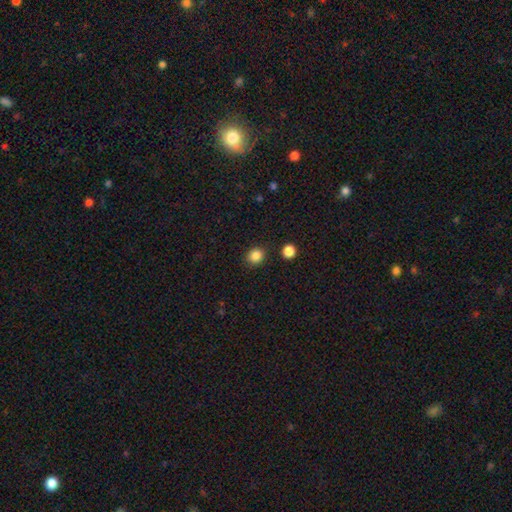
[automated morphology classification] smooth-or-featured: smooth: 86% | star or artifact: 11% | featured or disk: 3%
  how-rounded: round: 79% | in between: 20% | cigar-shaped: 1%
  merging: none: 88% | minor disturbance: 7% | merger: 3% | major disturbance: 2%